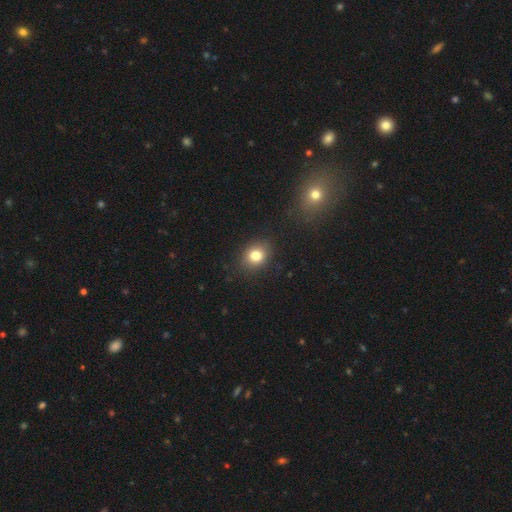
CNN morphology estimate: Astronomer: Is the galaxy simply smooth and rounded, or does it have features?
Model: smooth — 80%.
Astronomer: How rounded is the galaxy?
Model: round — 57% (runner-up: in between, 42%).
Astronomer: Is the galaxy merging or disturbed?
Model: none — 85%.